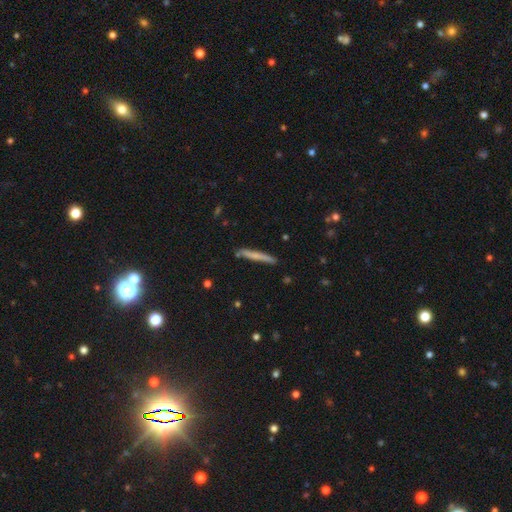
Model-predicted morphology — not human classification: Overall: smooth (57%; featured or disk 37%). How rounded: cigar-shaped (96%). Merging: none (84%).